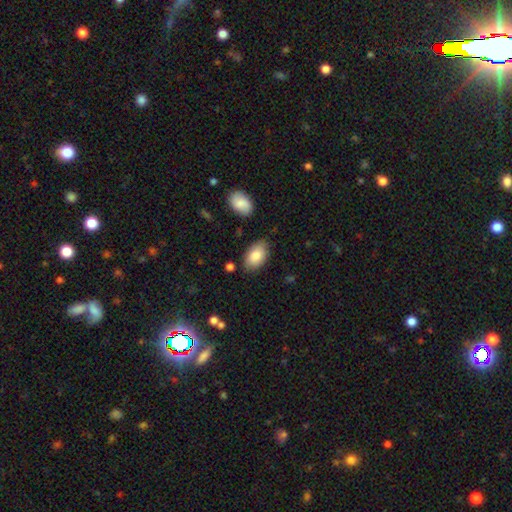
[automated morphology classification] smooth_or_featured: smooth (p=0.83) [alt: featured or disk p=0.10]
how_rounded: in between (p=0.92) [alt: round p=0.07]
merging: none (p=0.79) [alt: minor disturbance p=0.15]